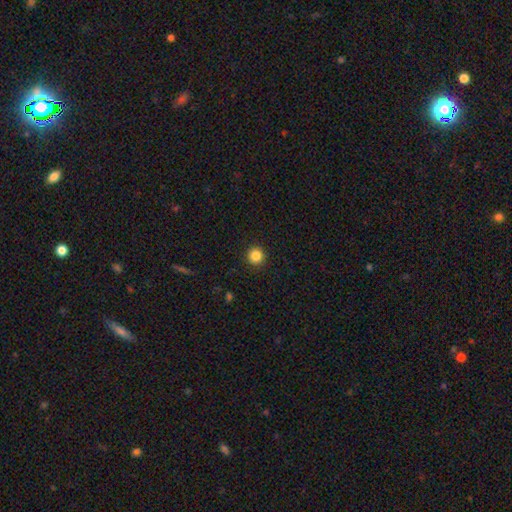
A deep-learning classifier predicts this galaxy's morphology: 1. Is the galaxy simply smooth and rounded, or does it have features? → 85% smooth, 11% star or artifact, 4% featured or disk.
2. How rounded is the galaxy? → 96% round, 3% in between, 1% cigar-shaped.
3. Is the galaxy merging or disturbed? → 93% none, 5% minor disturbance, 2% major disturbance, 1% merger.